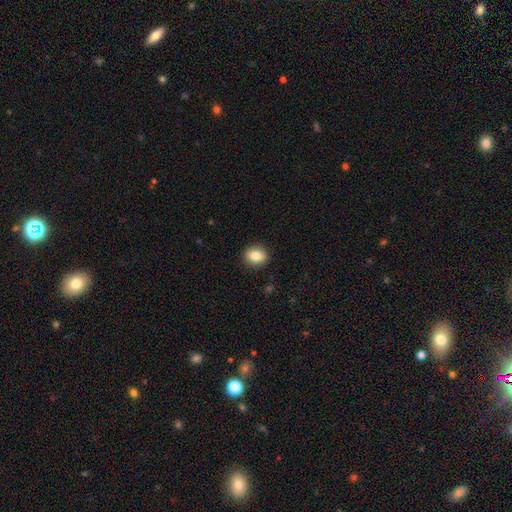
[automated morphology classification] smooth 82%, featured or disk 9%, star or artifact 9%. Down the decision tree: how rounded — round (55%); merging — none (90%).